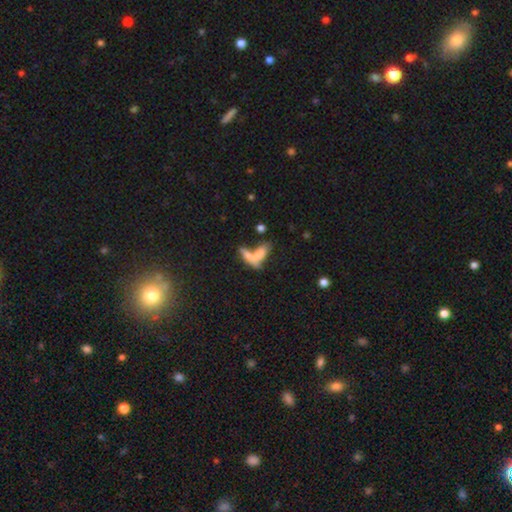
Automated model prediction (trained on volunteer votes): A smooth galaxy with no disk features (68%) that is in between round and cigar-shaped (58%). Merging: merger (59%).